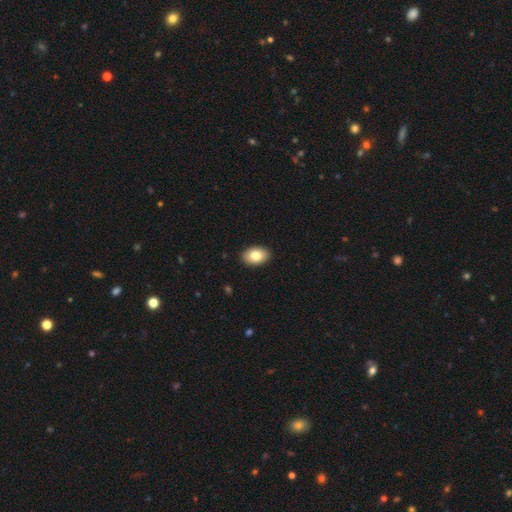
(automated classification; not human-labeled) A smooth galaxy with no disk features (82%) that is in between round and cigar-shaped (88%).

Vote fractions:
- Smooth or featured? smooth: 82% / featured or disk: 10% / star or artifact: 7%
- How rounded? in between: 88% / round: 11% / cigar-shaped: 1%
- Merging? none: 91% / minor disturbance: 7% / major disturbance: 2% / merger: 1%